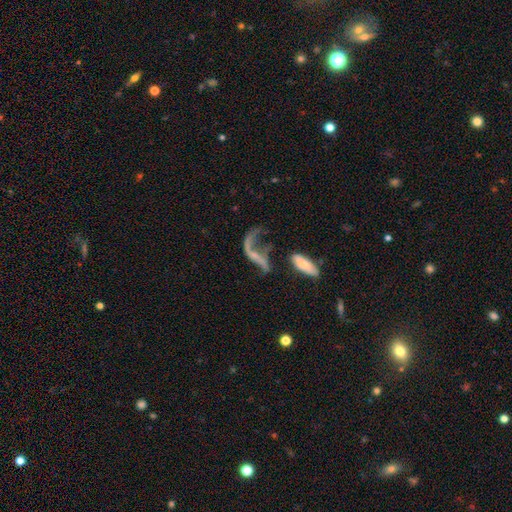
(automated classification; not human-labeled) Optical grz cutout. It shows a featured or disk galaxy (67%) with no bar (62%), spiral arms (58%) and no central bulge (53%). Merging: major disturbance (44%).